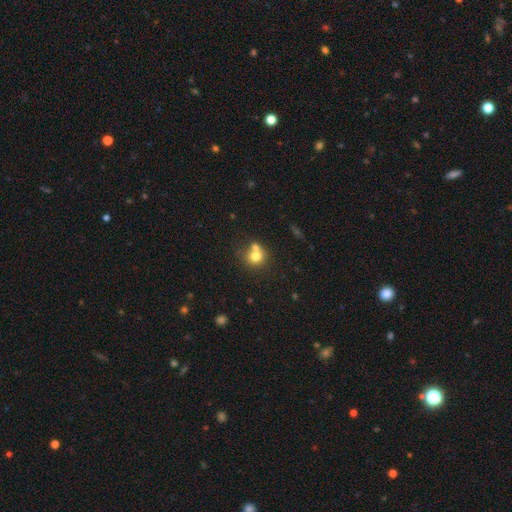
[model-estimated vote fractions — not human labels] A smooth galaxy with no disk features (73%) that is round (82%). Merging: none (44%).